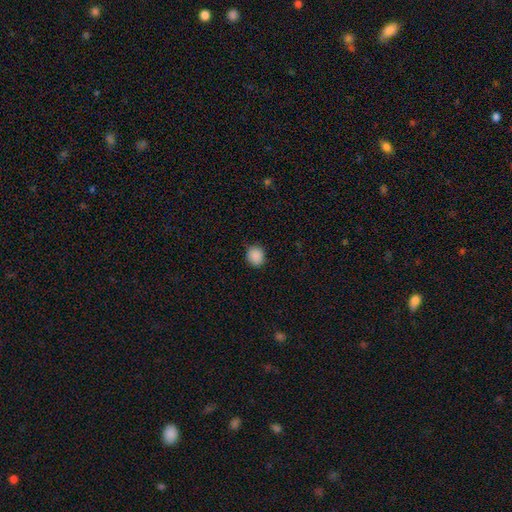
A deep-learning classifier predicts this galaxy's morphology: Overall: smooth (89%). How rounded: round (82%). Merging: none (86%).